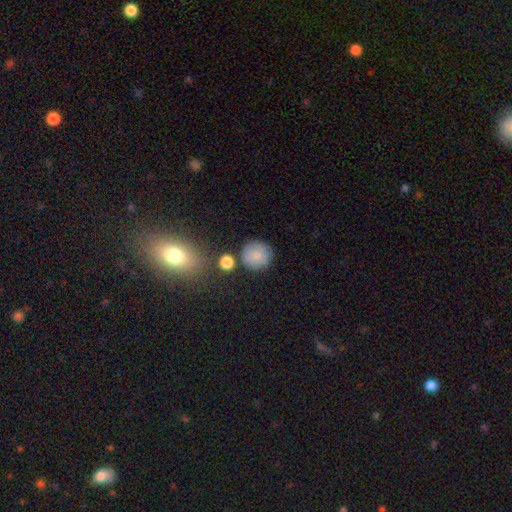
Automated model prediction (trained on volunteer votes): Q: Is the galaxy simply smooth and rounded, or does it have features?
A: smooth — 83%.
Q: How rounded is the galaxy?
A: round — 94%.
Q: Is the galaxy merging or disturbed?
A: none — 80%.